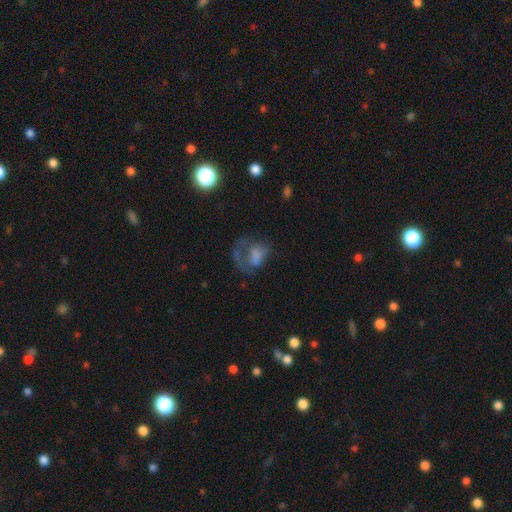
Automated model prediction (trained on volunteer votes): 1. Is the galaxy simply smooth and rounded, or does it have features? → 47% smooth, 40% featured or disk, 13% star or artifact.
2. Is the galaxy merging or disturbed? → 52% major disturbance, 26% none, 16% minor disturbance, 5% merger.